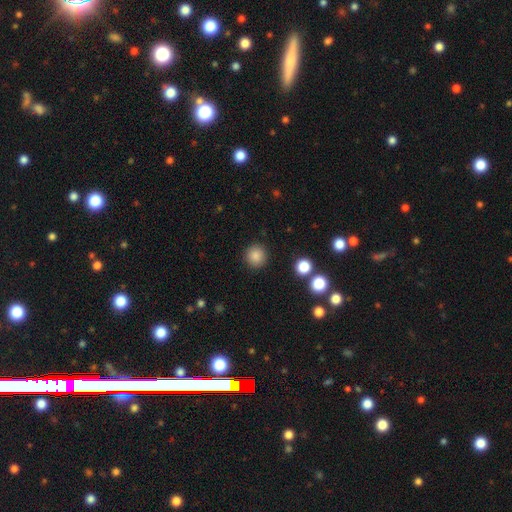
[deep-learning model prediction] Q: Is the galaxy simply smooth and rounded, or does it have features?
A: smooth — 86%.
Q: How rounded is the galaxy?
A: round — 94%.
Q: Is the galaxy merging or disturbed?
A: none — 91%.